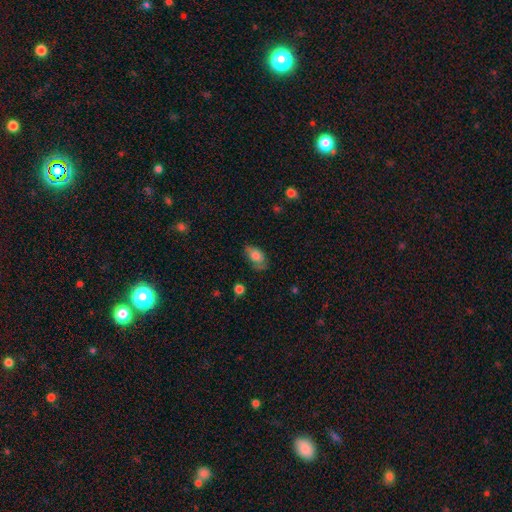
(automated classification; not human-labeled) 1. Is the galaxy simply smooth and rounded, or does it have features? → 70% smooth, 21% featured or disk, 8% star or artifact.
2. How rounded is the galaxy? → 90% in between, 6% round, 4% cigar-shaped.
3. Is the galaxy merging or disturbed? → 55% none, 31% minor disturbance, 12% major disturbance, 2% merger.